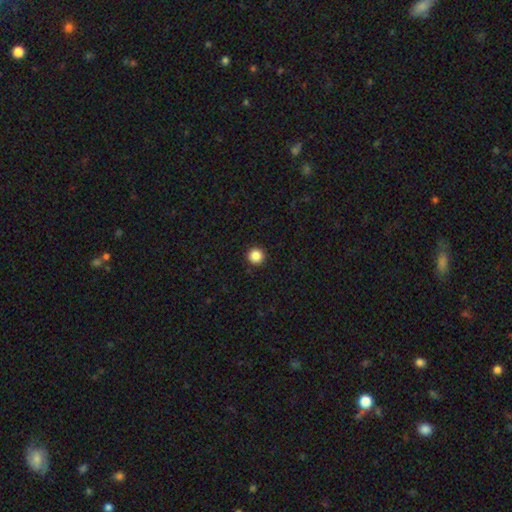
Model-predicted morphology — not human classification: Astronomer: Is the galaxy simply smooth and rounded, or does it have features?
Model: smooth — 87%.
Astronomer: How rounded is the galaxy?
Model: round — 97%.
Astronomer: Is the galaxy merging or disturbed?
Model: none — 94%.